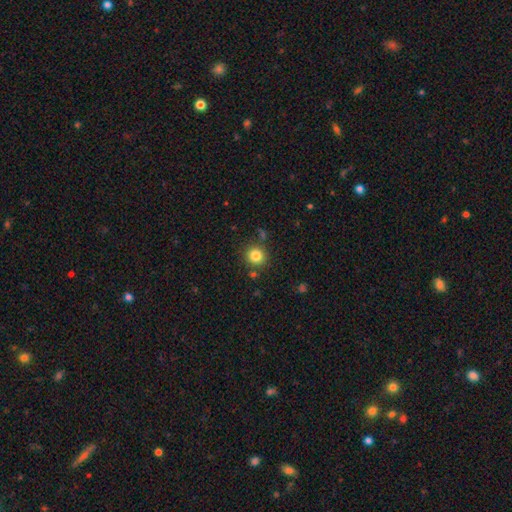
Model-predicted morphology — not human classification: type=smooth (83%); roundness=round (90%); merging=none (84%).